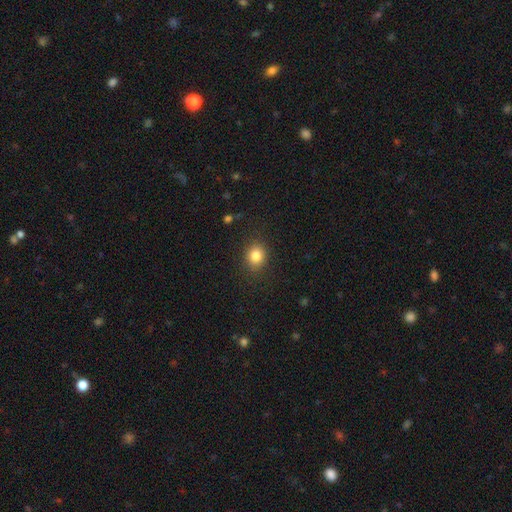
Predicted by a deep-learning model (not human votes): smooth 83%, star or artifact 11%, featured or disk 6%. Down the decision tree: how rounded — round (67%); merging — none (87%).